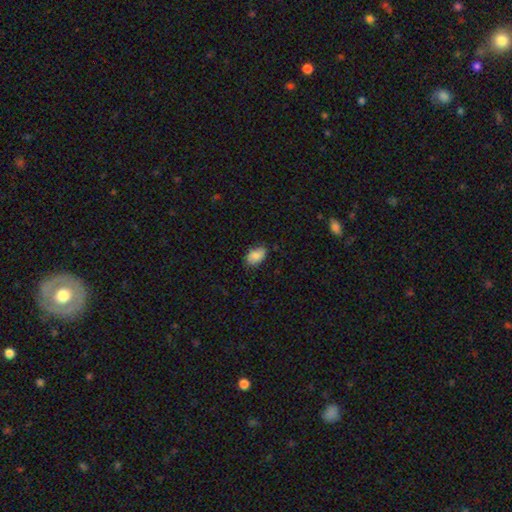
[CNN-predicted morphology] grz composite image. It shows a smooth galaxy with no disk features (86%) that is in between round and cigar-shaped (90%). Merging: none (77%).